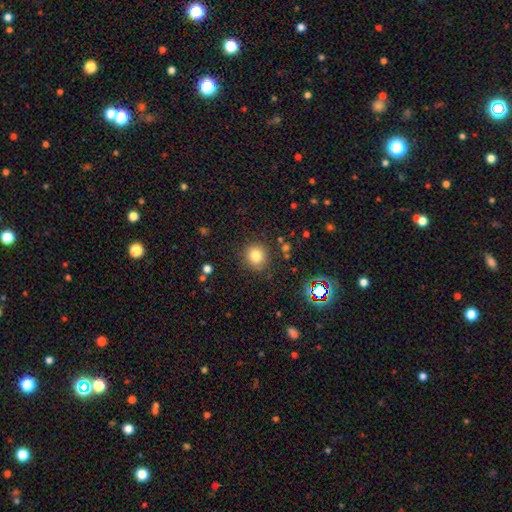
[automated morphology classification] type=smooth (81%); roundness=round (86%); merging=none (86%).